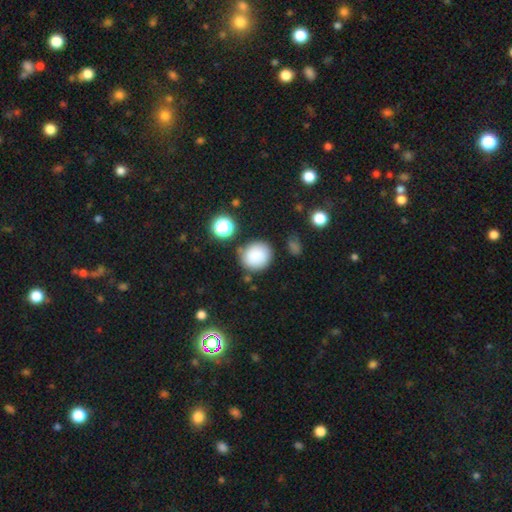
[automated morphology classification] Smooth or featured: smooth — 83% (star or artifact — 10%)
How rounded: round — 83% (in between — 16%)
Merging: none — 75% (minor disturbance — 14%)